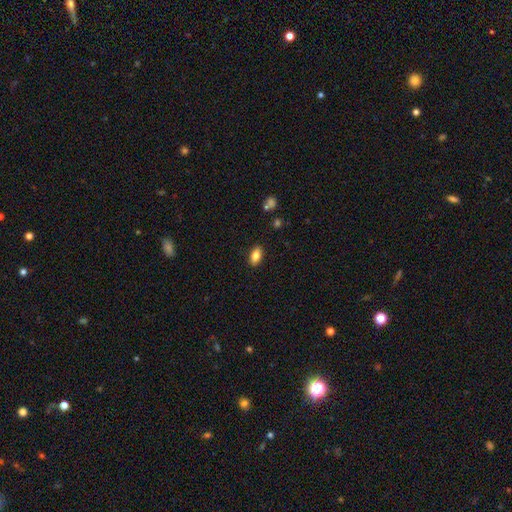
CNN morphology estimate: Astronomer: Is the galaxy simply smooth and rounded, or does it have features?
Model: smooth — 78%.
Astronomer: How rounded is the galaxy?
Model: in between — 88%.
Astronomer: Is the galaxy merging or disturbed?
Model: none — 88%.